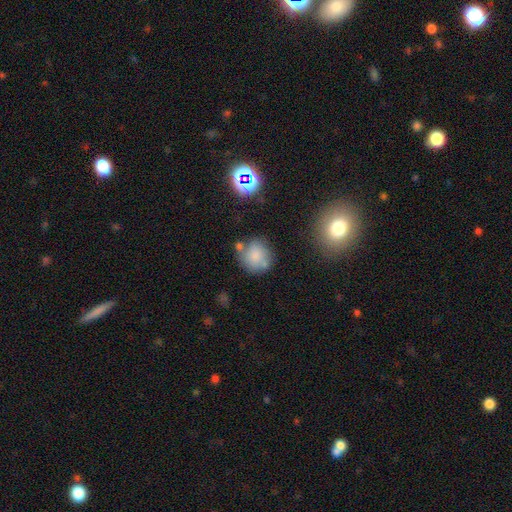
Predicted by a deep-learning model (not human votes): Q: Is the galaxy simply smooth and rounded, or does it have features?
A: smooth — 76%.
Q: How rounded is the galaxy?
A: round — 83%.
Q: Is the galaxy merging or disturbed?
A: none — 58%.